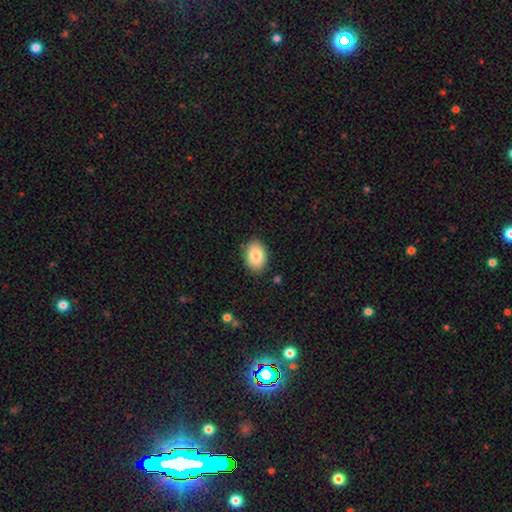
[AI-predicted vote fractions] Smooth or featured? Predicted: smooth (p=0.83). How rounded? Predicted: in between (p=0.82). Merging? Predicted: none (p=0.87).